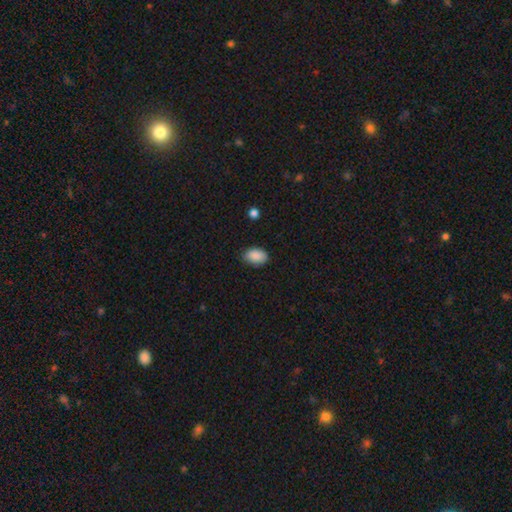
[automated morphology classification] The model was most divided on "merging": none: 82%, minor disturbance: 14%, major disturbance: 3%, merger: 1%. More confident: smooth or featured — smooth (89%); how rounded — in between (87%).